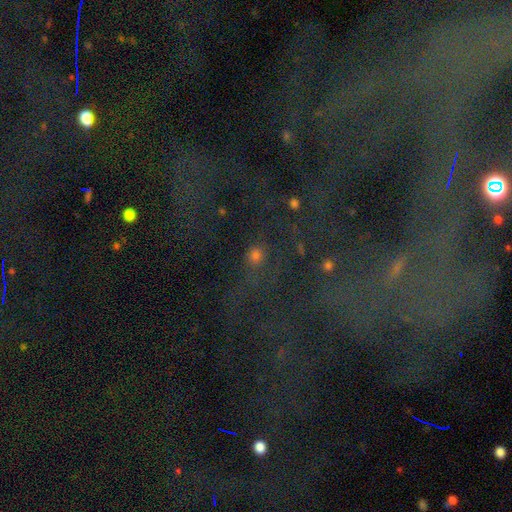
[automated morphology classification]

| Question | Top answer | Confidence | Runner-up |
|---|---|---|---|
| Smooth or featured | smooth | 48% | star or artifact (41%) |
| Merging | none | 66% | minor disturbance (14%) |